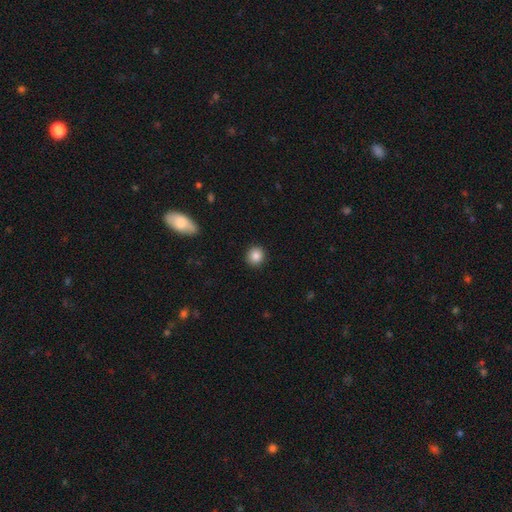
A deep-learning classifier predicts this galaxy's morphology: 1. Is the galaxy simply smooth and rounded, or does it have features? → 86% smooth, 9% star or artifact, 4% featured or disk.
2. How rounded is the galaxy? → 90% round, 9% in between, 1% cigar-shaped.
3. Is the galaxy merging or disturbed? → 92% none, 5% minor disturbance, 2% major disturbance, 1% merger.